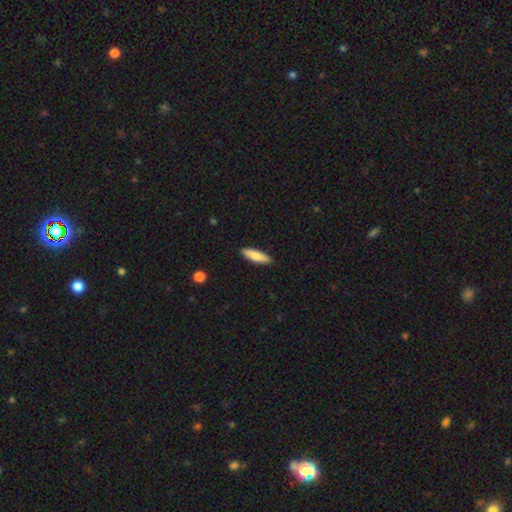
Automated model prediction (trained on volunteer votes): Smooth or featured?
  - smooth: 82% *
  - featured or disk: 12%
  - star or artifact: 6%
How rounded?
  - cigar-shaped: 66% *
  - in between: 32%
  - round: 2%
Merging?
  - none: 89% *
  - minor disturbance: 8%
  - major disturbance: 2%
  - merger: 1%